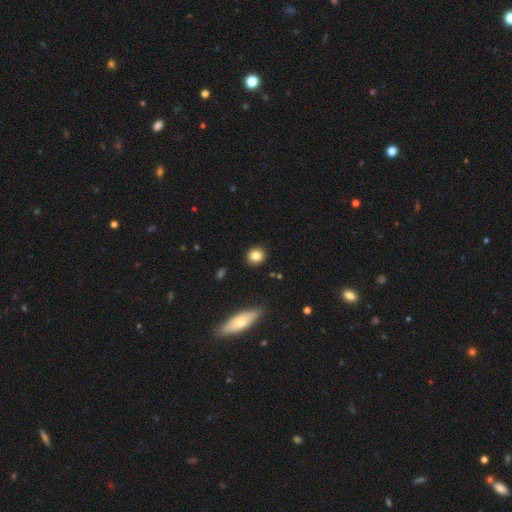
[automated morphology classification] Smooth or featured? smooth (84%)
How rounded? round (88%)
Merging? none (90%)